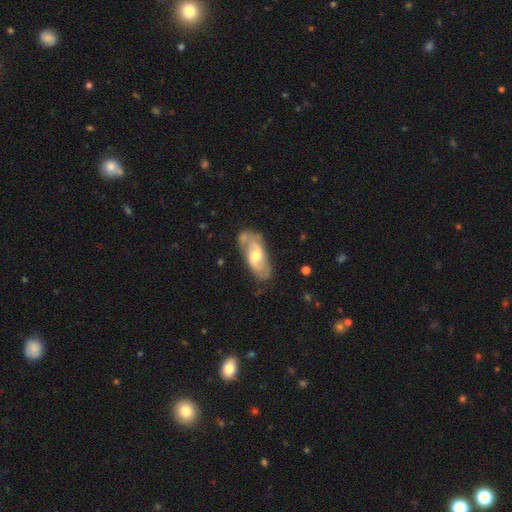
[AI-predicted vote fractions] Smooth or featured? featured or disk (64%)
Edge-on disk? no (90%)
Bar? weak (44%)
Spiral arms? yes (76%)
Bulge size? moderate (67%)
Merging? none (65%)